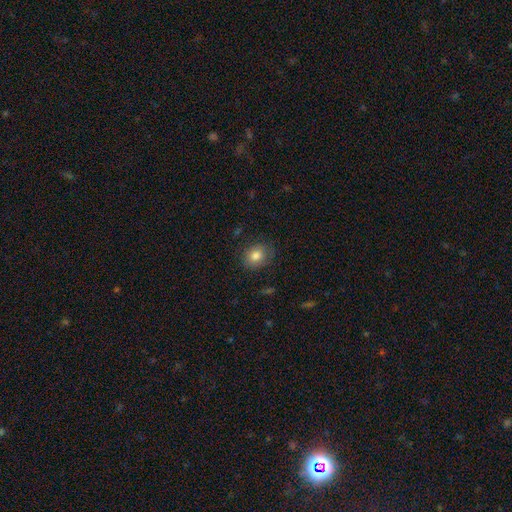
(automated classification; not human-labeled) Morphology: type=smooth (81%); roundness=round (55%); merging=none (79%).